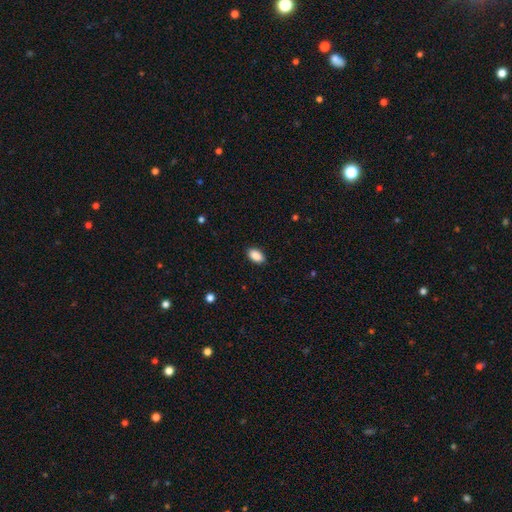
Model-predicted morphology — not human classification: Smooth or featured? Predicted: smooth (p=0.90). How rounded? Predicted: in between (p=0.93). Merging? Predicted: none (p=0.89).